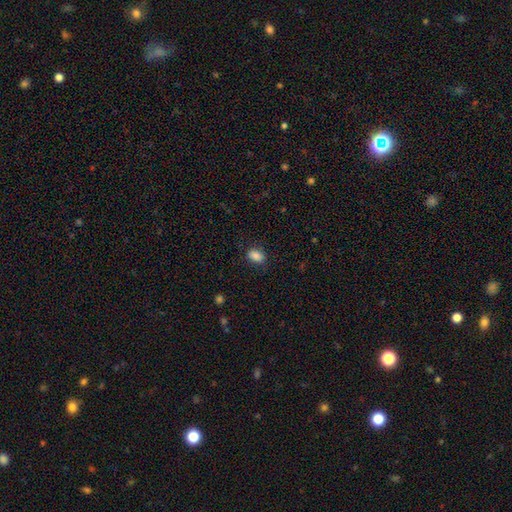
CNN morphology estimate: The model was most divided on "how rounded": in between: 82%, round: 17%, cigar-shaped: 2%. More confident: smooth or featured — smooth (86%); merging — none (84%).